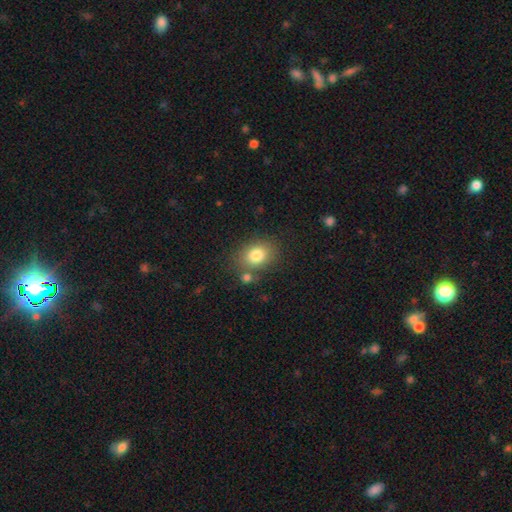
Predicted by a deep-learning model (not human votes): smooth-or-featured: smooth: 81% | star or artifact: 10% | featured or disk: 9%
  how-rounded: in between: 61% | round: 38% | cigar-shaped: 1%
  merging: none: 70% | minor disturbance: 13% | merger: 12% | major disturbance: 5%